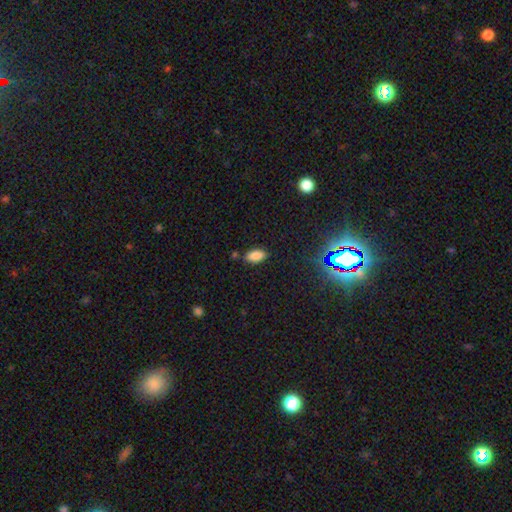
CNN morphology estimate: The model was most divided on "merging": none: 80%, minor disturbance: 13%, merger: 5%, major disturbance: 3%. More confident: how rounded — in between (91%); smooth or featured — smooth (84%).